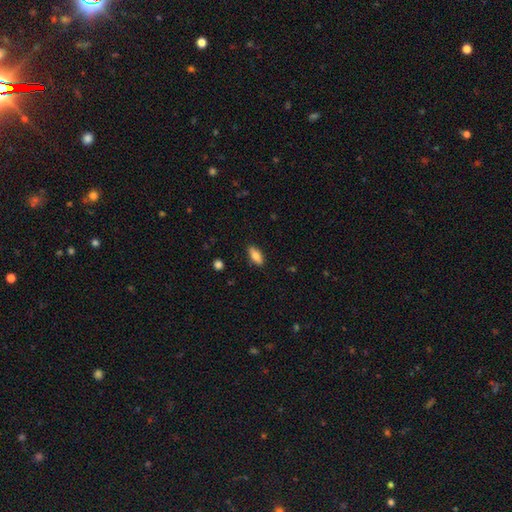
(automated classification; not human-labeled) Overall: smooth (78%). How rounded: in between (77%). Merging: none (87%).